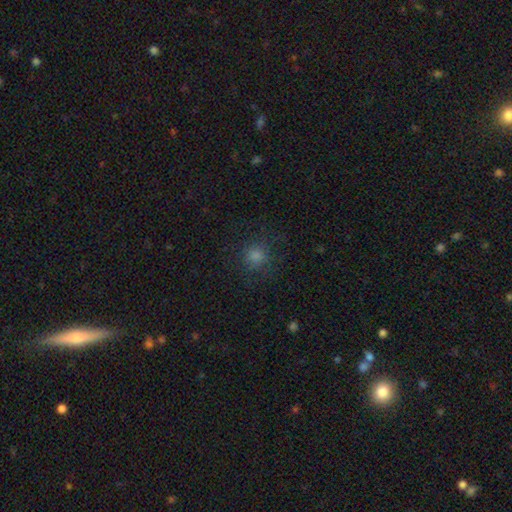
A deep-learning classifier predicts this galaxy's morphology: Smooth or featured: smooth — 71% (star or artifact — 22%)
How rounded: round — 92% (in between — 7%)
Merging: none — 83% (minor disturbance — 11%)